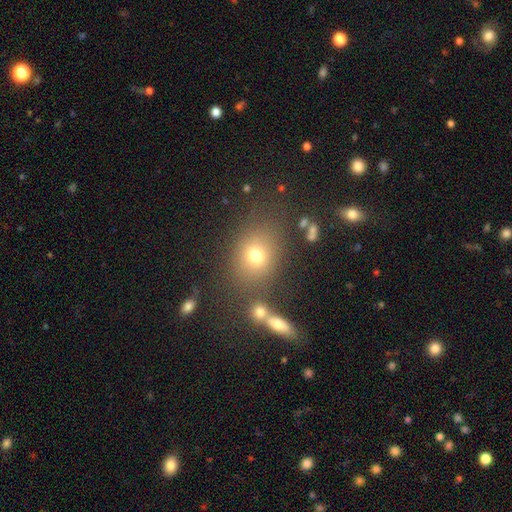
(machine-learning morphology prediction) Overall: smooth (72%). How rounded: round (56%; in between 42%). Merging: none (70%).